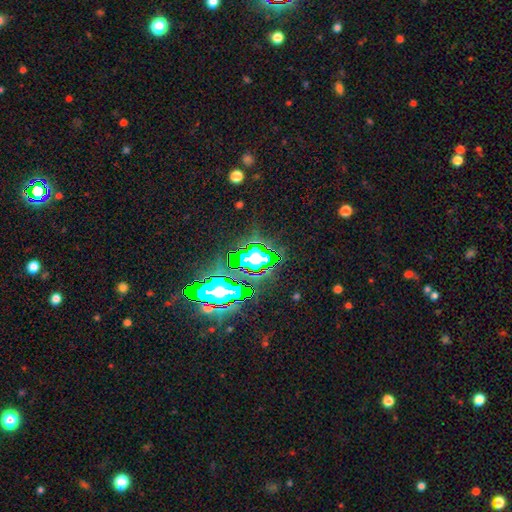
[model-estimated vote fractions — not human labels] Smooth or featured? star or artifact (69%)